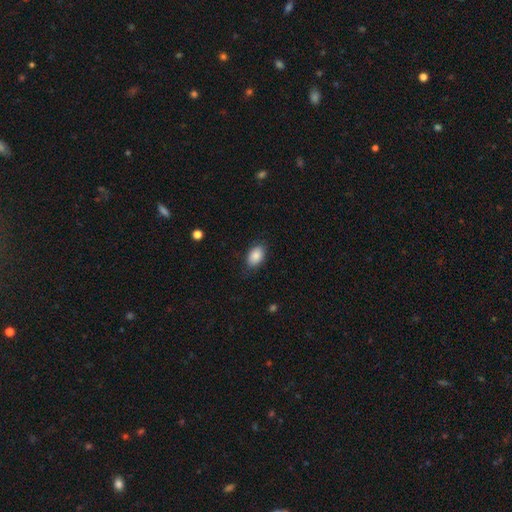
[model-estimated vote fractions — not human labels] This appears to be a smooth galaxy with no disk features (86%) that is in between round and cigar-shaped (90%). Merging: none (78%).